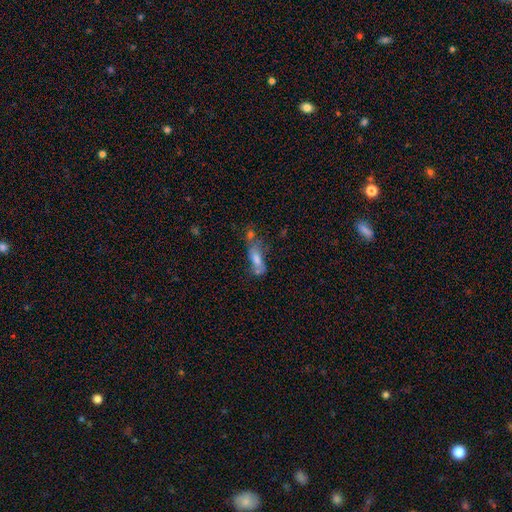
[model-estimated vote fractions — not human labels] This appears to be a smooth galaxy with no disk features (43%). Merging: none (41%).